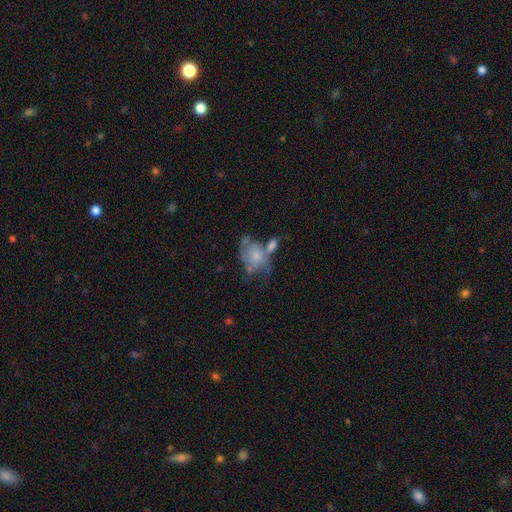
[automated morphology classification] A smooth galaxy with no disk features (55%) that is in between round and cigar-shaped (76%). Merging: merger (30%).